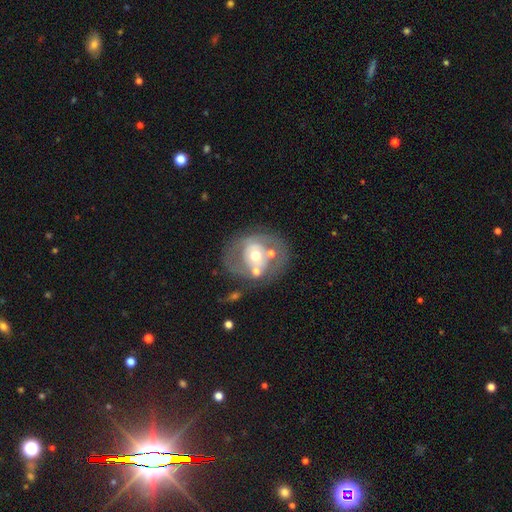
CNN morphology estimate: Smooth or featured: featured or disk — 65% (smooth — 28%)
Edge-on disk: no — 96% (yes — 4%)
Bar: no — 73% (weak — 19%)
Spiral arms: no — 63% (yes — 37%)
Bulge size: moderate — 69% (small — 17%)
Merging: none — 55% (minor disturbance — 18%)